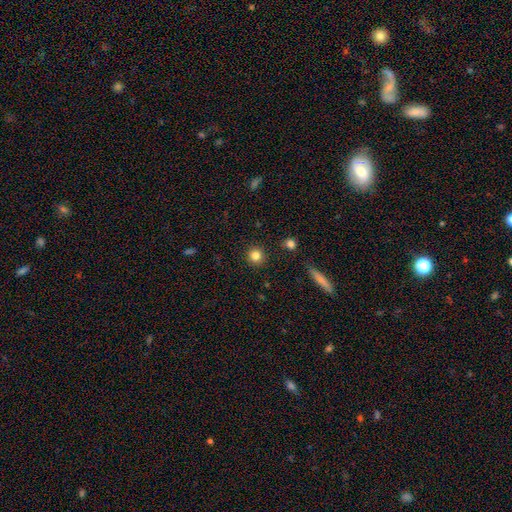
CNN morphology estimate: Smooth or featured? smooth (83%)
How rounded? round (93%)
Merging? none (91%)